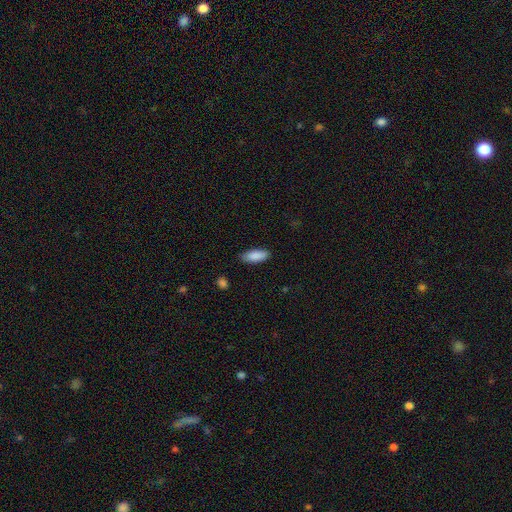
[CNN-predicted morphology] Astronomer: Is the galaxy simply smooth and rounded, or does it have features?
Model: smooth — 89%.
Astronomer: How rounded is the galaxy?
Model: in between — 73%.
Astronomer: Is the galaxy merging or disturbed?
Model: none — 84%.